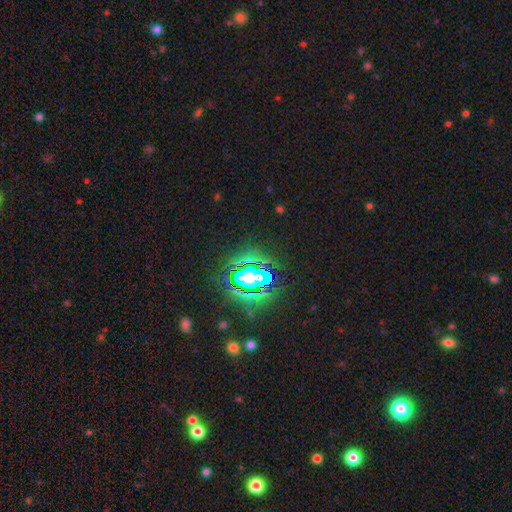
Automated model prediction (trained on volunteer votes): Morphology: type=star or artifact (82%).